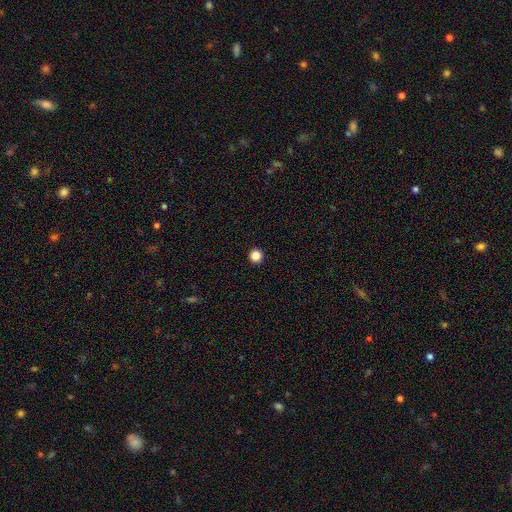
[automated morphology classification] Smooth or featured: smooth — 86% (star or artifact — 11%)
How rounded: round — 96% (in between — 3%)
Merging: none — 94% (minor disturbance — 3%)